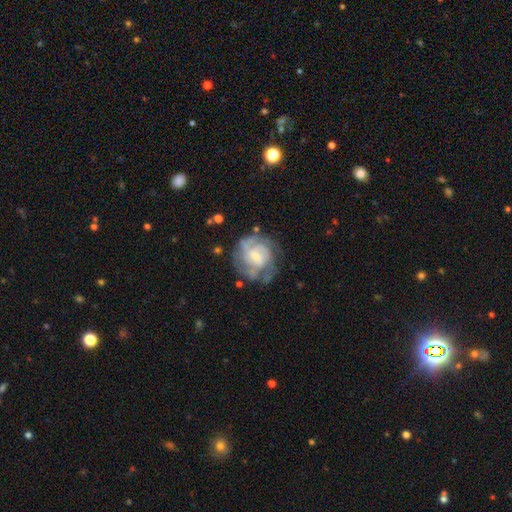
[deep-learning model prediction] Overall: featured or disk (75%). Edge-on disk: no (98%). Bar: no (50%; weak 41%). Spiral arms: yes (87%). Spiral arm count: can't tell (37%; 3 23%). Spiral winding: tight (52%; medium 37%). Bulge size: small (39%; moderate 33%). Merging: none (62%).